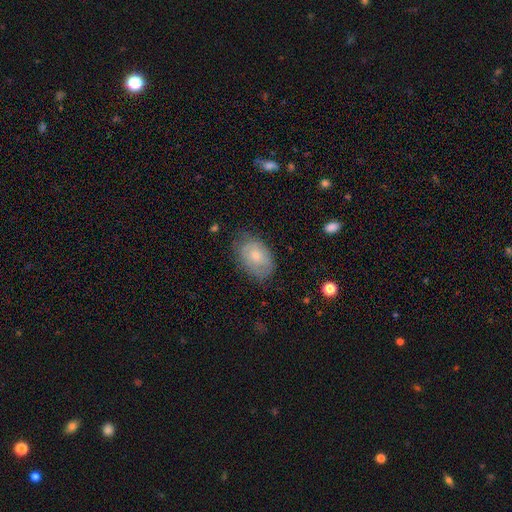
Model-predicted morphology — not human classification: smooth-or-featured: smooth: 64% | featured or disk: 29% | star or artifact: 7%
  how-rounded: in between: 85% | round: 14% | cigar-shaped: 1%
  merging: none: 67% | minor disturbance: 25% | major disturbance: 7% | merger: 1%